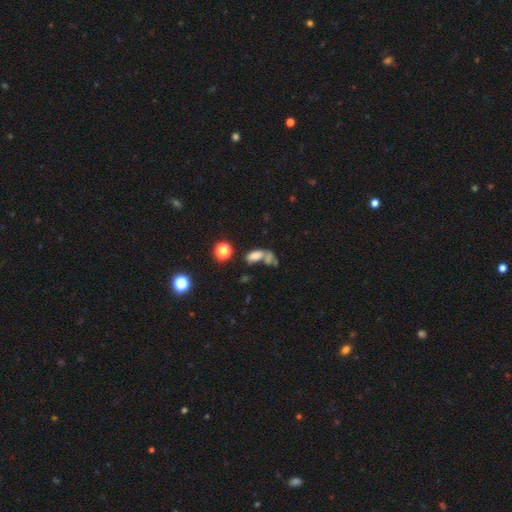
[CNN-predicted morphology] A smooth galaxy with no disk features (70%) that is in between round and cigar-shaped (83%).

Vote fractions:
- Smooth or featured? smooth: 70% / star or artifact: 17% / featured or disk: 14%
- How rounded? in between: 83% / round: 11% / cigar-shaped: 7%
- Merging? merger: 49% / none: 29% / minor disturbance: 11% / major disturbance: 11%